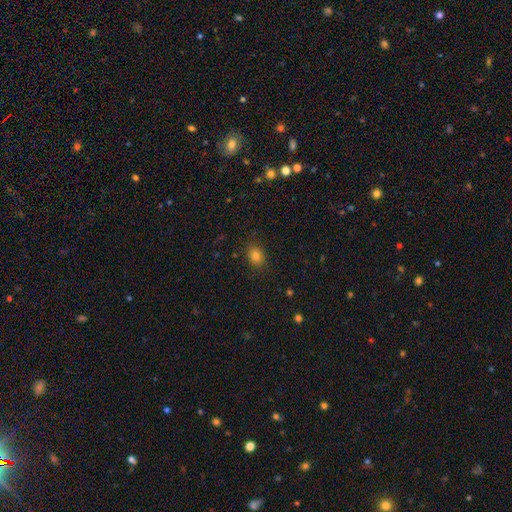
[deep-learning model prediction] The model was most divided on "how rounded": in between: 62%, round: 37%, cigar-shaped: 1%. More confident: merging — none (85%); smooth or featured — smooth (80%).